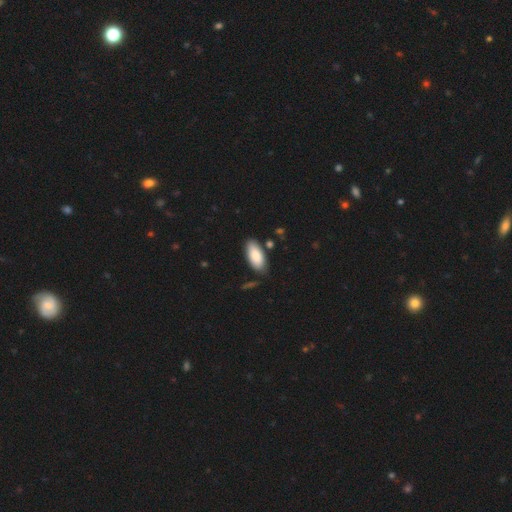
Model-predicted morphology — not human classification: Overall: smooth (85%). How rounded: in between (89%). Merging: none (81%).